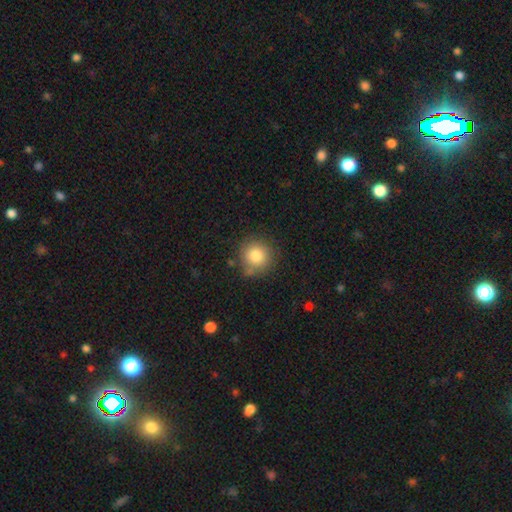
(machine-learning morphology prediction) type=smooth (82%); roundness=round (92%); merging=none (77%).